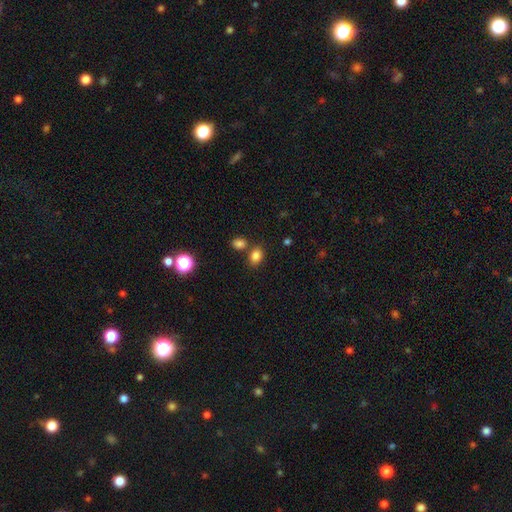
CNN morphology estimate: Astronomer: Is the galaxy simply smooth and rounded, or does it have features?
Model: smooth — 82%.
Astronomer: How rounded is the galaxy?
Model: in between — 66%.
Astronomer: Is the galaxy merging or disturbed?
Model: none — 68%.